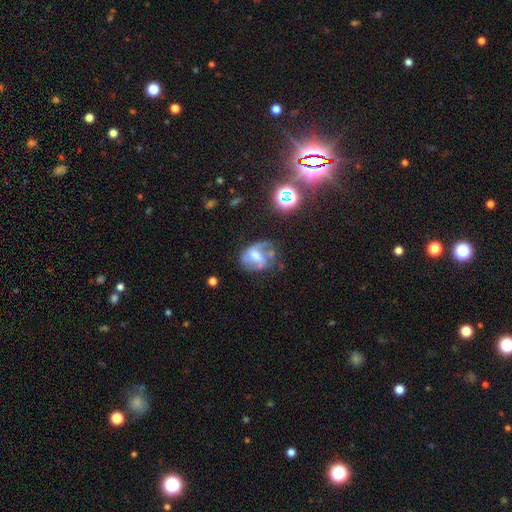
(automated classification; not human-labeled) featured or disk 60%, smooth 29%, star or artifact 12%. Down the decision tree: edge-on disk — no (97%); bar — no (45%); spiral arms — yes (65%); bulge size — moderate (56%); merging — none (37%).